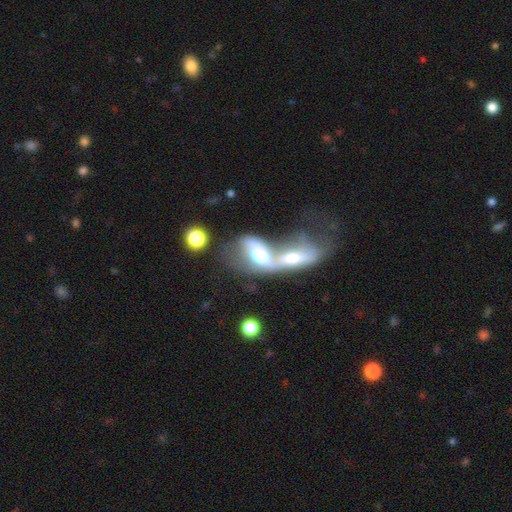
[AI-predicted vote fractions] The model was most divided on "smooth or featured": featured or disk: 52%, smooth: 39%, star or artifact: 9%. More confident: edge-on disk — no (90%); merging — merger (79%).